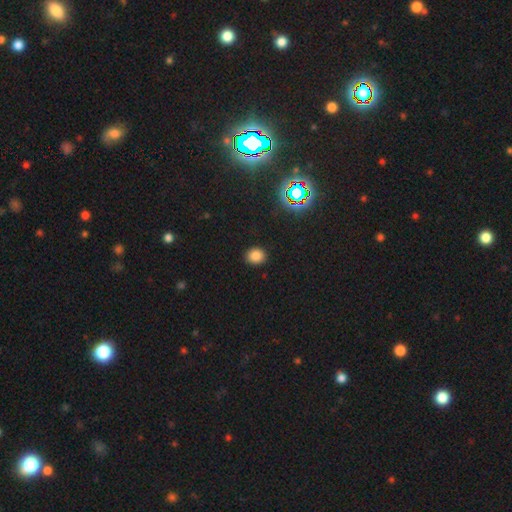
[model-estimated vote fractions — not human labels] Smooth or featured?
  - smooth: 80% *
  - star or artifact: 15%
  - featured or disk: 5%
How rounded?
  - round: 67% *
  - in between: 32%
  - cigar-shaped: 1%
Merging?
  - none: 90% *
  - minor disturbance: 7%
  - major disturbance: 2%
  - merger: 1%